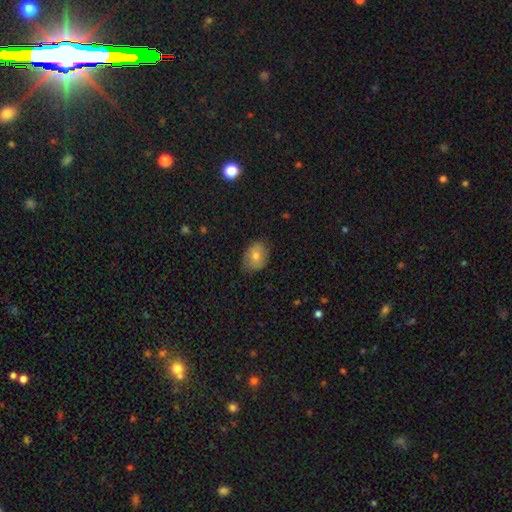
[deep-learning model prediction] This appears to be a smooth galaxy with no disk features (68%) that is in between round and cigar-shaped (66%). Merging: none (81%).